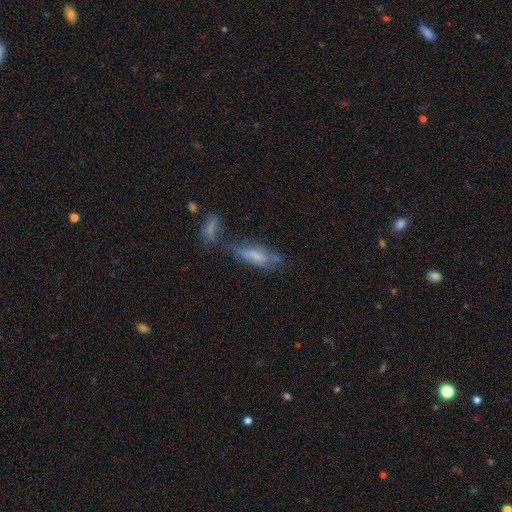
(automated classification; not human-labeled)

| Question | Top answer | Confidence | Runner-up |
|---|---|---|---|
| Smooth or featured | smooth | 54% | featured or disk (36%) |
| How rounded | in between | 58% | cigar-shaped (40%) |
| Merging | none | 35% | merger (29%) |